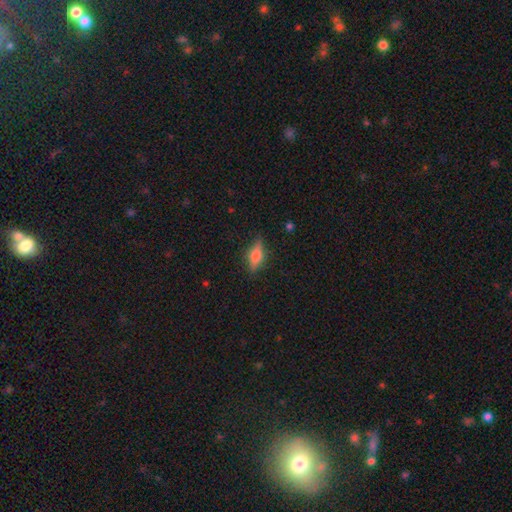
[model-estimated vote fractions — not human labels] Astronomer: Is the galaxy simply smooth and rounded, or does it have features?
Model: smooth — 47% (runner-up: featured or disk, 43%).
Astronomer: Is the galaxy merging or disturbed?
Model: none — 81%.